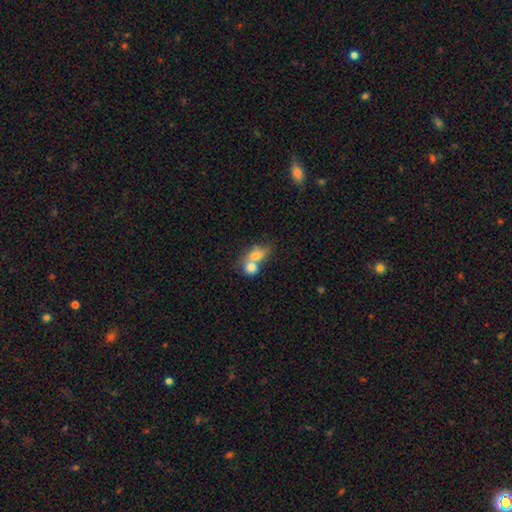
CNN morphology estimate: A smooth galaxy with no disk features (72%) that is in between round and cigar-shaped (56%).

Vote fractions:
- Smooth or featured? smooth: 72% / featured or disk: 19% / star or artifact: 9%
- How rounded? in between: 56% / round: 40% / cigar-shaped: 3%
- Merging? merger: 70% / none: 19% / minor disturbance: 7% / major disturbance: 5%